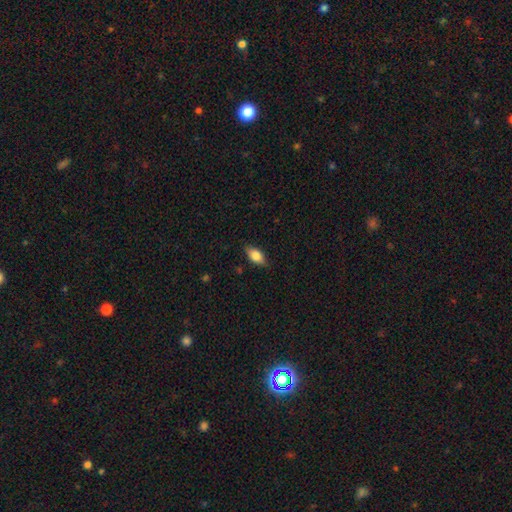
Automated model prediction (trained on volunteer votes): A smooth galaxy with no disk features (79%) that is in between round and cigar-shaped (88%).

Vote fractions:
- Smooth or featured? smooth: 79% / featured or disk: 14% / star or artifact: 7%
- How rounded? in between: 88% / cigar-shaped: 8% / round: 5%
- Merging? none: 83% / minor disturbance: 14% / major disturbance: 3% / merger: 1%